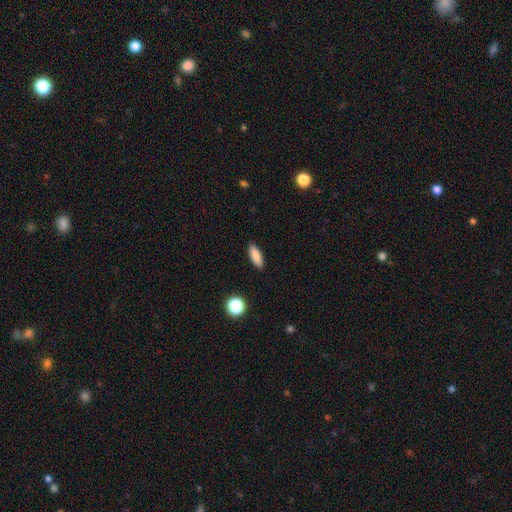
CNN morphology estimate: This appears to be a smooth galaxy with no disk features (85%) that is in between round and cigar-shaped (59%). Merging: none (89%).